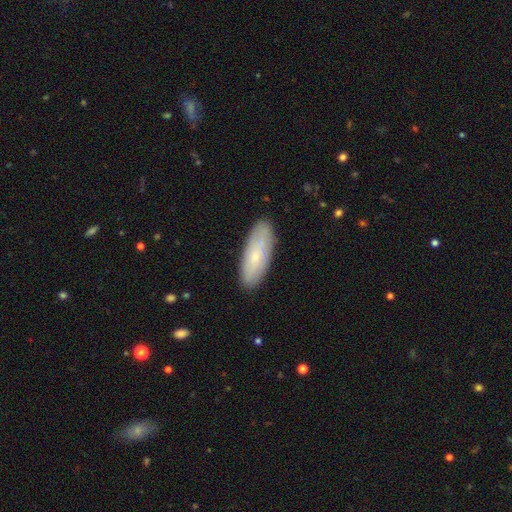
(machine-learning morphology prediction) Smooth or featured: smooth — 63% (featured or disk — 30%)
How rounded: in between — 68% (cigar-shaped — 29%)
Merging: none — 85% (minor disturbance — 11%)